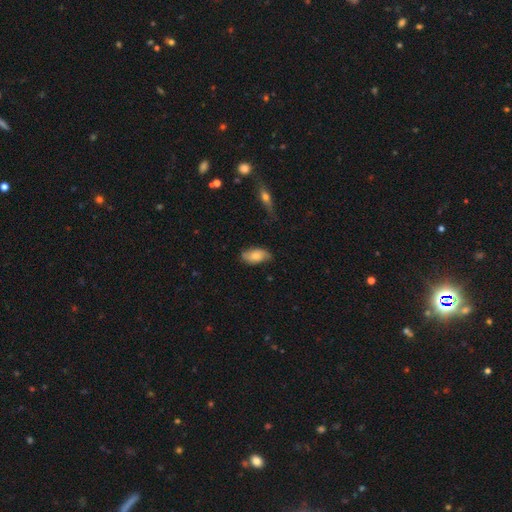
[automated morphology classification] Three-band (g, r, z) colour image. It shows a smooth galaxy with no disk features (63%) that is in between round and cigar-shaped (91%). Merging: none (70%).